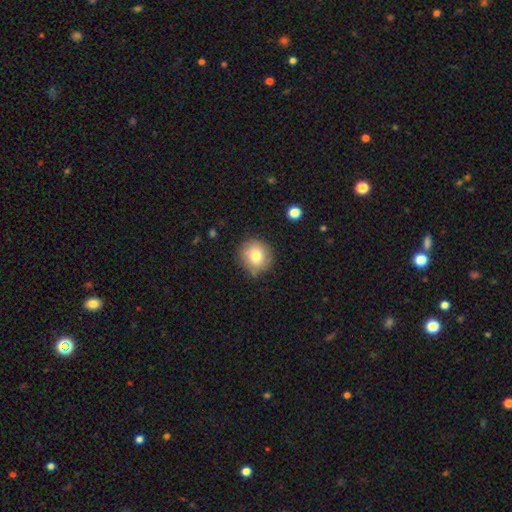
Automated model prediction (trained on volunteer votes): Morphology: type=smooth (78%); roundness=round (90%); merging=none (79%).